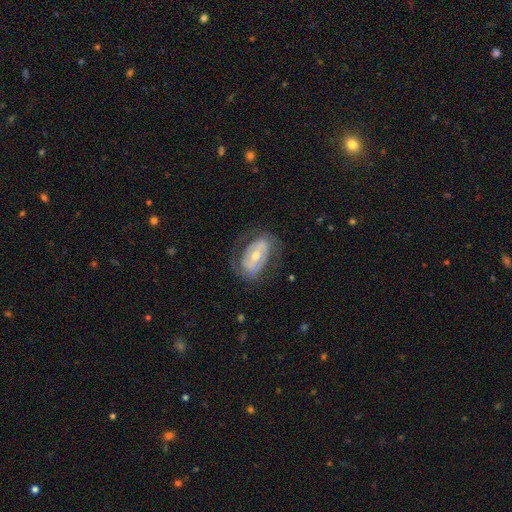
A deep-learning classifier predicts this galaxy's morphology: This appears to be a featured or disk galaxy (66%) with no bar (41%), spiral arms (57%) and a moderate central bulge (56%). Merging: none (62%).